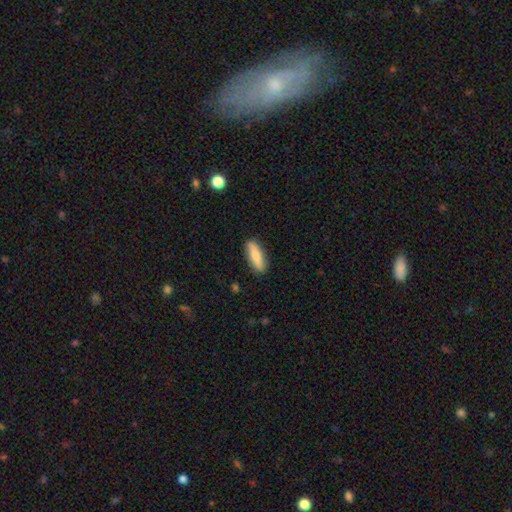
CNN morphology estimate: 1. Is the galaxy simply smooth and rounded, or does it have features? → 72% smooth, 22% featured or disk, 6% star or artifact.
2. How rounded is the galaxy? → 53% cigar-shaped, 45% in between, 2% round.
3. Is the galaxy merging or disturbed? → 87% none, 10% minor disturbance, 2% major disturbance, 1% merger.